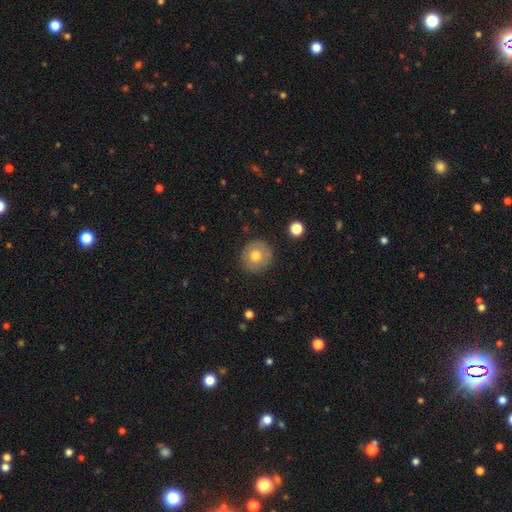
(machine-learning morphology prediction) Overall: smooth (70%). How rounded: round (90%). Merging: none (87%).